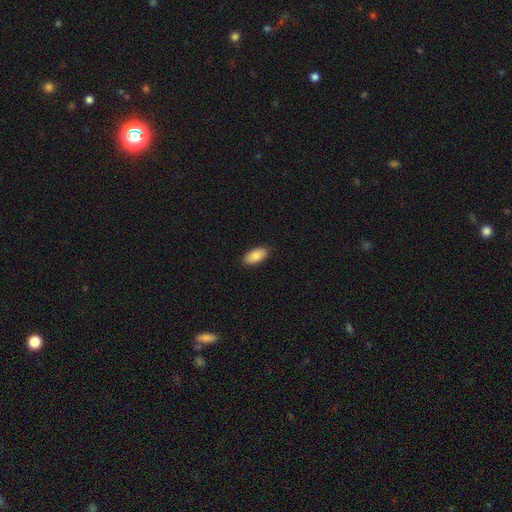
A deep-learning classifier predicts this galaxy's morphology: A smooth galaxy with no disk features (87%) that is in between round and cigar-shaped (93%). Merging: none (89%).